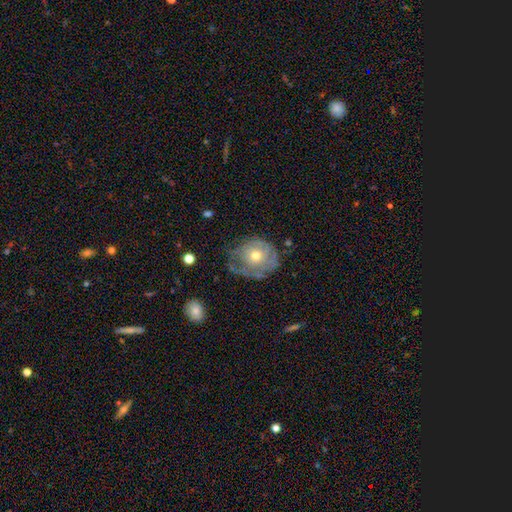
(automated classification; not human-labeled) smooth_or_featured: featured or disk (p=0.53) [alt: smooth p=0.38]
disk_edge_on: no (p=0.96) [alt: yes p=0.04]
bar: no (p=0.88) [alt: weak p=0.10]
has_spiral_arms: yes (p=0.52) [alt: no p=0.48]
bulge_size: moderate (p=0.60) [alt: small p=0.34]
merging: none (p=0.47) [alt: minor disturbance p=0.30]